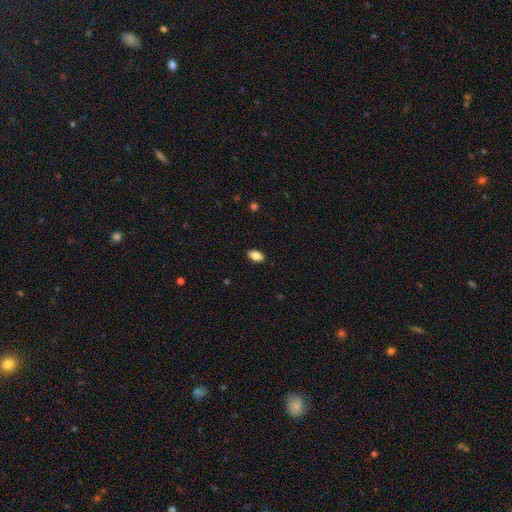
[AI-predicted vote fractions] This appears to be a smooth galaxy with no disk features (86%) that is in between round and cigar-shaped (92%). Merging: none (89%).